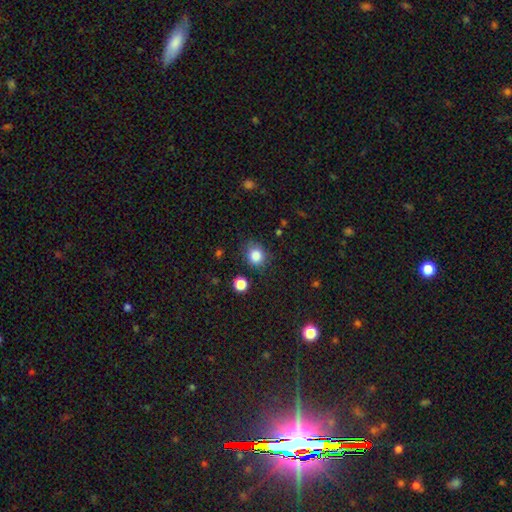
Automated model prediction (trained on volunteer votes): Smooth or featured? Predicted: smooth (p=0.85). How rounded? Predicted: round (p=0.78). Merging? Predicted: none (p=0.78).